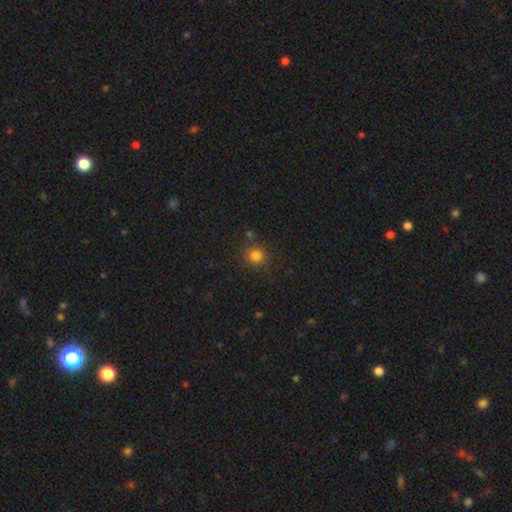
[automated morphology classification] smooth 80%, star or artifact 15%, featured or disk 5%. Down the decision tree: how rounded — round (89%); merging — none (82%).